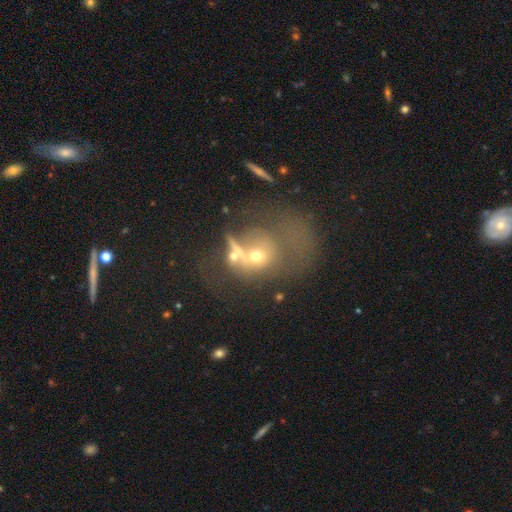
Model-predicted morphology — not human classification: The model was most divided on "merging": merger: 38%, major disturbance: 32%, none: 19%, minor disturbance: 11%. Remaining: smooth or featured — smooth (48%).